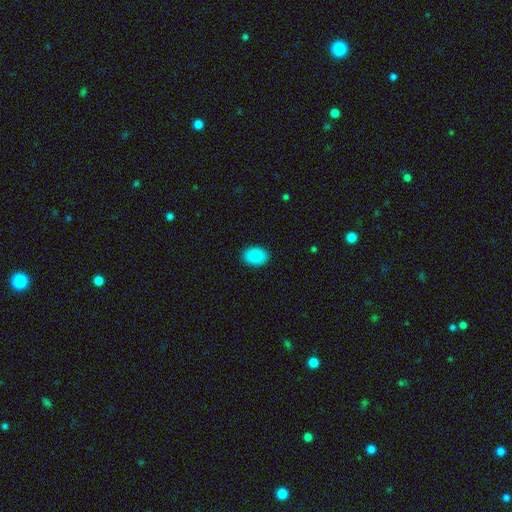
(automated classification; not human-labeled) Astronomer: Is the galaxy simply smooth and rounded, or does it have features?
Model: smooth — 87%.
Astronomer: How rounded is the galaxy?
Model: in between — 79%.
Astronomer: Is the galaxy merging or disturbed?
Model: none — 90%.